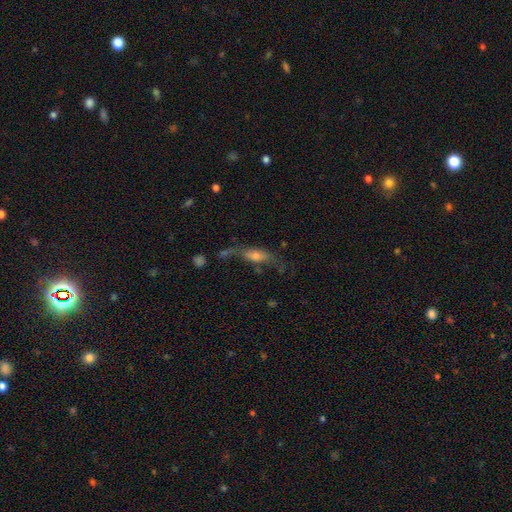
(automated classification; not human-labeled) This is possibly a featured or disk galaxy (47%). Merging: marginally none (40%).